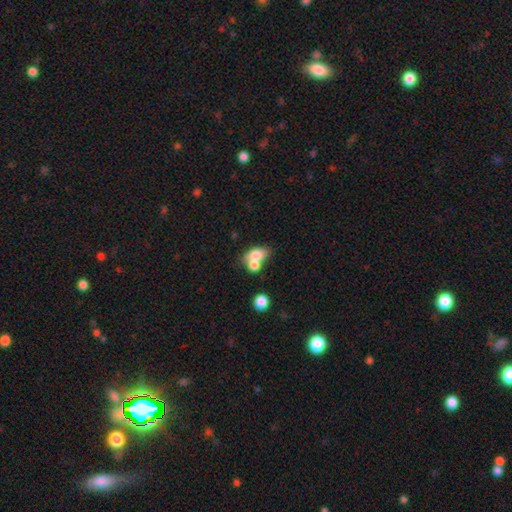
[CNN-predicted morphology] A smooth galaxy with no disk features (74%) that is in between round and cigar-shaped (76%). Merging: merger (56%).